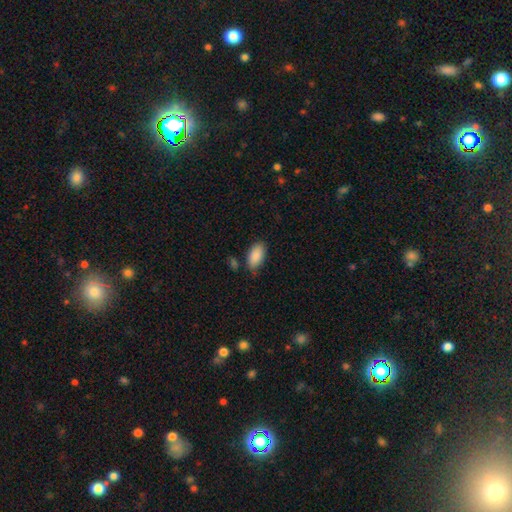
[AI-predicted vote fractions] This is clearly a smooth galaxy (89%). How rounded: clearly in between (94%). Merging: likely none (74%).